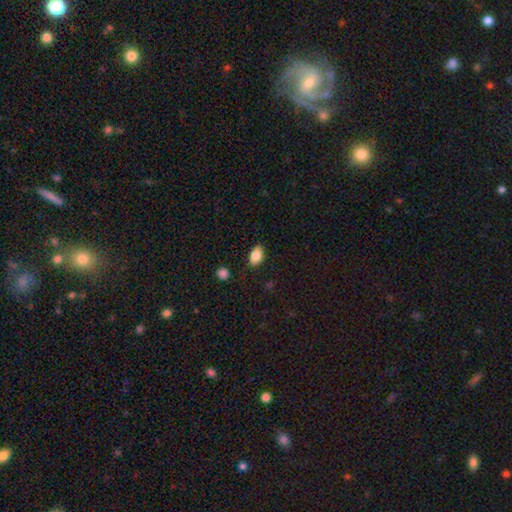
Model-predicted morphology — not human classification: Overall: smooth (86%). How rounded: in between (89%). Merging: none (82%).